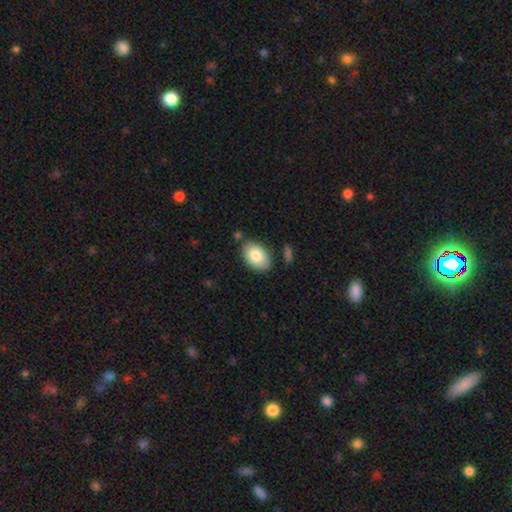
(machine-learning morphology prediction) A smooth galaxy with no disk features (80%) that is in between round and cigar-shaped (89%). Merging: none (79%).